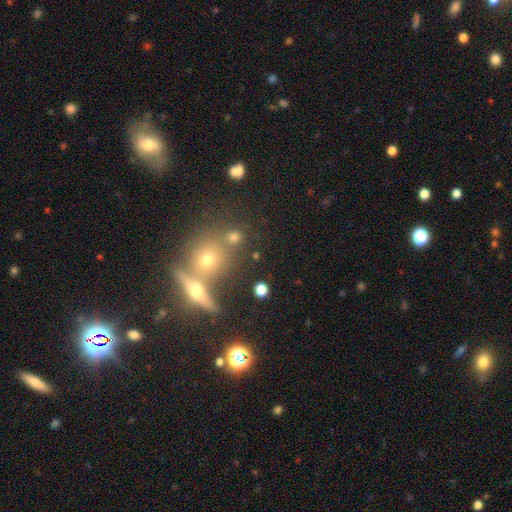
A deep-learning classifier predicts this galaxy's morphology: This is possibly a smooth galaxy (47%). Merging: likely none (65%).